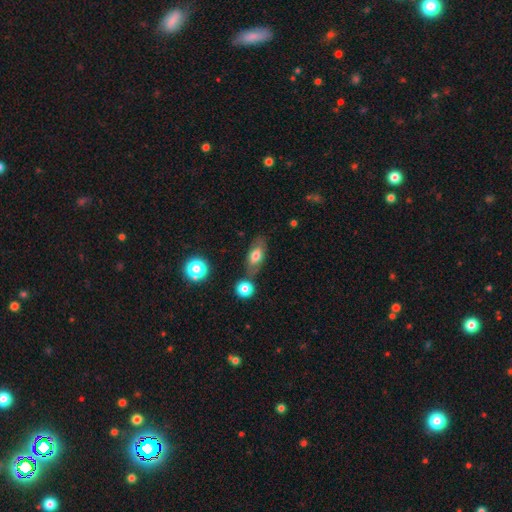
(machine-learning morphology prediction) smooth 67%, featured or disk 23%, star or artifact 10%. Down the decision tree: how rounded — in between (82%); merging — none (67%).